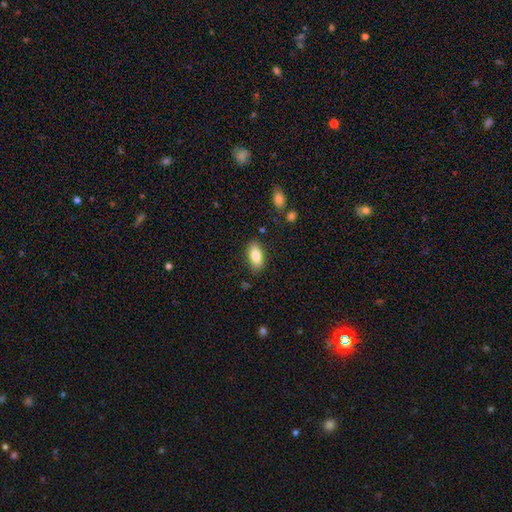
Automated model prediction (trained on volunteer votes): This appears to be a smooth galaxy with no disk features (82%) that is in between round and cigar-shaped (88%). Merging: none (85%).